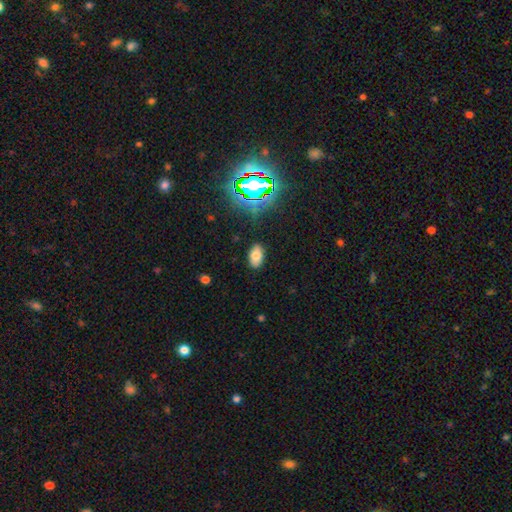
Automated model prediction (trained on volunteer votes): Smooth or featured? smooth (73%)
How rounded? in between (92%)
Merging? none (86%)